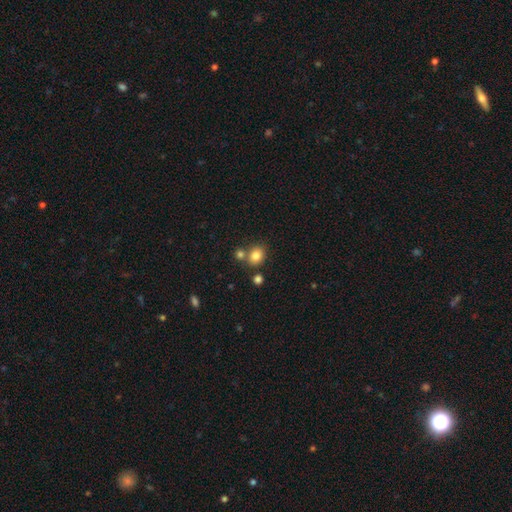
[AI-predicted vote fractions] Smooth or featured?
  - smooth: 83% *
  - star or artifact: 11%
  - featured or disk: 6%
How rounded?
  - round: 59% *
  - in between: 40%
  - cigar-shaped: 1%
Merging?
  - none: 65% *
  - merger: 22%
  - minor disturbance: 10%
  - major disturbance: 3%